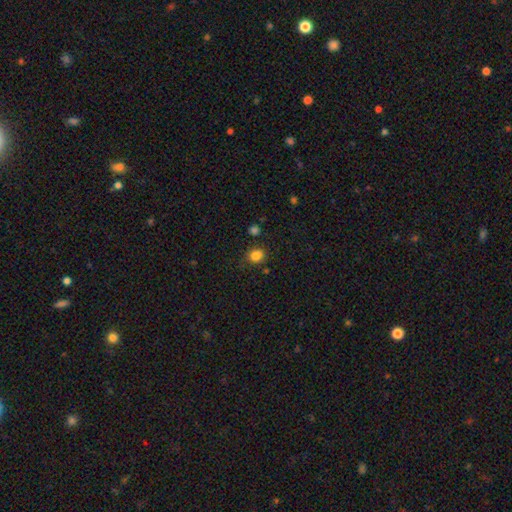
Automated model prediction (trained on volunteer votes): Smooth or featured?
  - smooth: 83% *
  - star or artifact: 12%
  - featured or disk: 5%
How rounded?
  - round: 62% *
  - in between: 37%
  - cigar-shaped: 1%
Merging?
  - none: 77% *
  - minor disturbance: 15%
  - major disturbance: 4%
  - merger: 4%